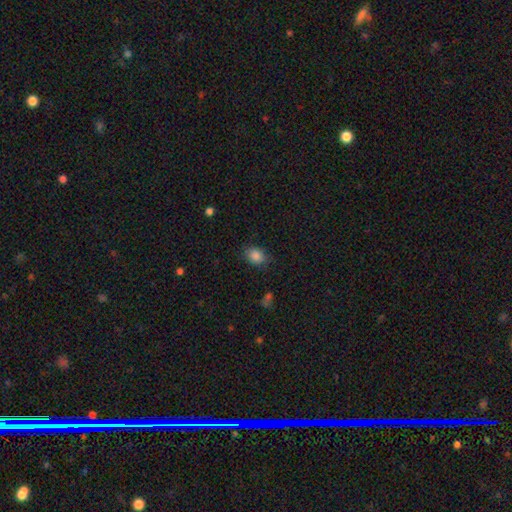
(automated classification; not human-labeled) Smooth or featured? smooth (86%)
How rounded? in between (56%)
Merging? none (80%)